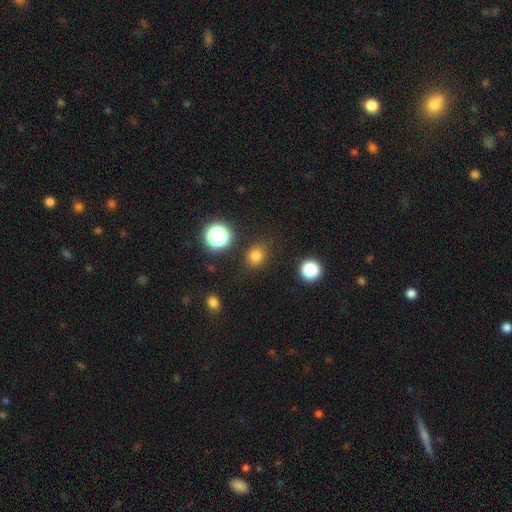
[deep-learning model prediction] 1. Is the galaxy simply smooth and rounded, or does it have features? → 77% smooth, 17% star or artifact, 6% featured or disk.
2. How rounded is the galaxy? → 69% round, 30% in between, 1% cigar-shaped.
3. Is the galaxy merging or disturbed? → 85% none, 10% minor disturbance, 3% major disturbance, 2% merger.